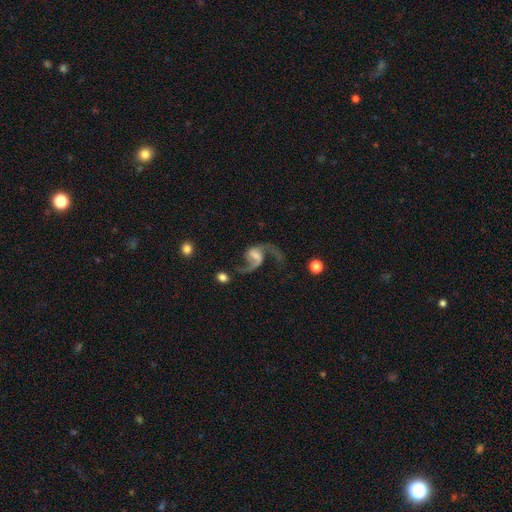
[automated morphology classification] A featured or disk galaxy (86%) with a weak bar (49%), 2 (87%) loose (77%) spiral arms (96%) and no central bulge (30%). Merging: none (53%).